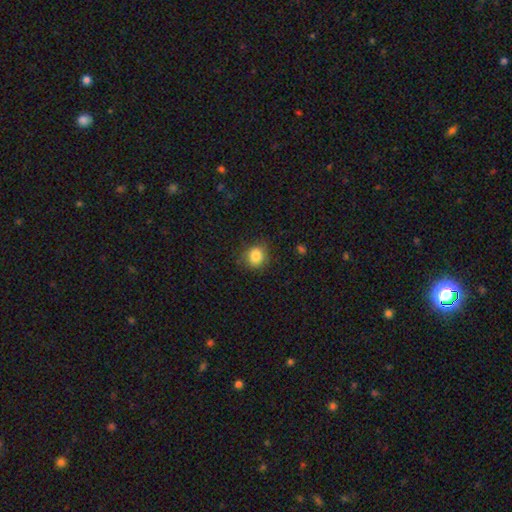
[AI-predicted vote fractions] Smooth or featured?
  - smooth: 84% *
  - star or artifact: 10%
  - featured or disk: 7%
How rounded?
  - round: 74% *
  - in between: 25%
  - cigar-shaped: 1%
Merging?
  - none: 75% *
  - minor disturbance: 18%
  - major disturbance: 5%
  - merger: 1%